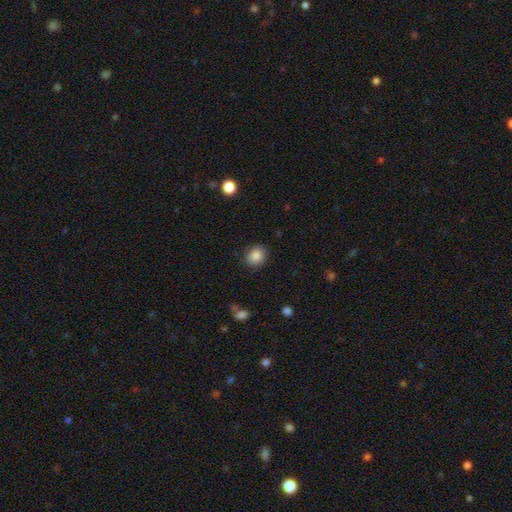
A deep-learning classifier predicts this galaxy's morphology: A smooth galaxy with no disk features (87%) that is round (72%). Merging: none (86%).